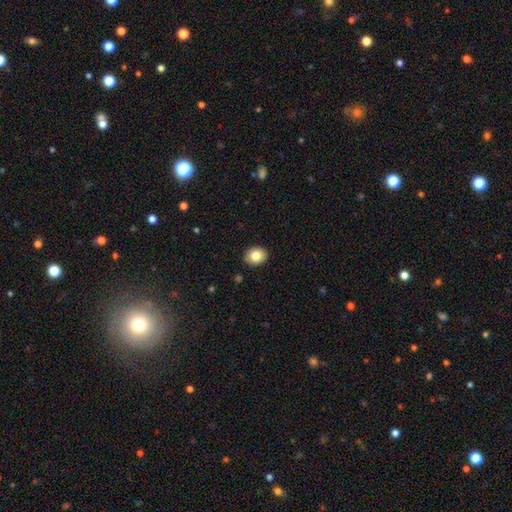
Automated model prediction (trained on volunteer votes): smooth-or-featured: smooth: 83% | star or artifact: 9% | featured or disk: 8%
  how-rounded: round: 54% | in between: 46% | cigar-shaped: 1%
  merging: none: 89% | minor disturbance: 8% | major disturbance: 2% | merger: 1%